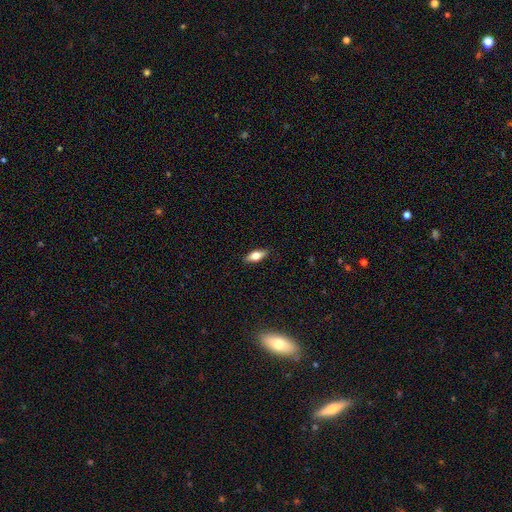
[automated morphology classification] This is likely a smooth galaxy (65%). How rounded: likely in between (73%). Merging: clearly none (89%).